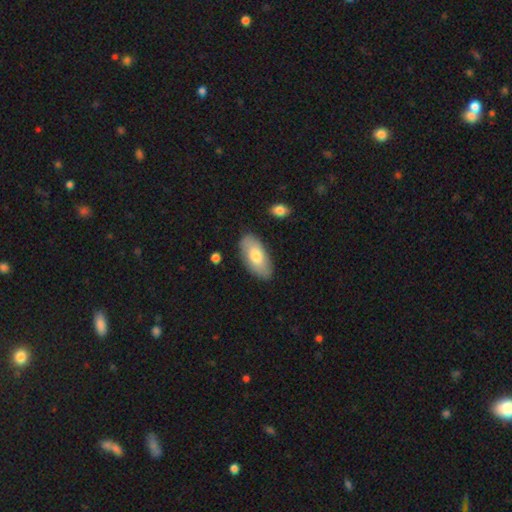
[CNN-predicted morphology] smooth_or_featured: smooth (p=0.74) [alt: featured or disk p=0.21]
how_rounded: in between (p=0.93) [alt: cigar-shaped p=0.05]
merging: none (p=0.84) [alt: minor disturbance p=0.12]